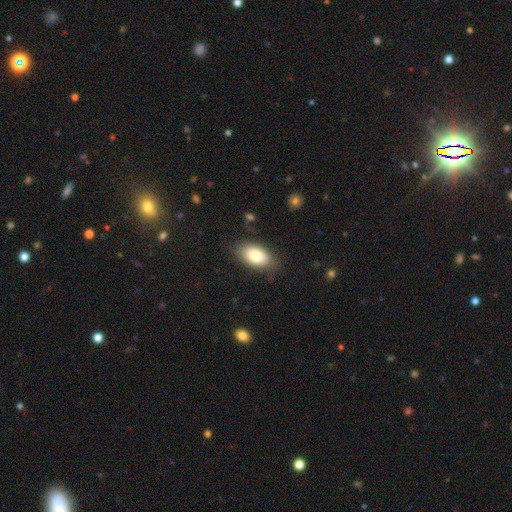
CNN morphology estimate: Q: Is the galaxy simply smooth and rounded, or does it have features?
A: smooth — 79%.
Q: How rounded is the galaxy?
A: in between — 92%.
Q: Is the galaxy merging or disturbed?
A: none — 78%.